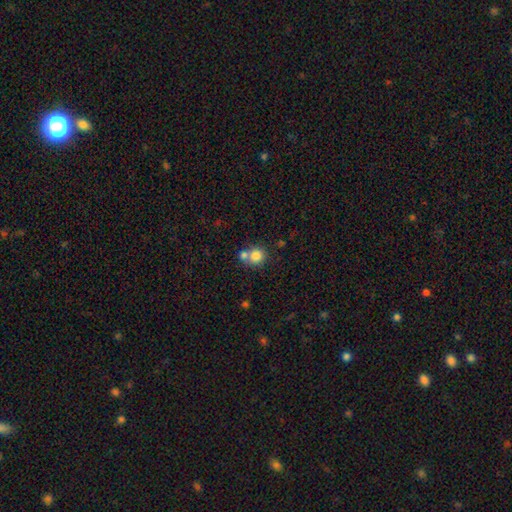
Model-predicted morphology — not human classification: The model was most divided on "merging": none: 49%, merger: 40%, minor disturbance: 8%, major disturbance: 3%. More confident: how rounded — round (87%); smooth or featured — smooth (81%).